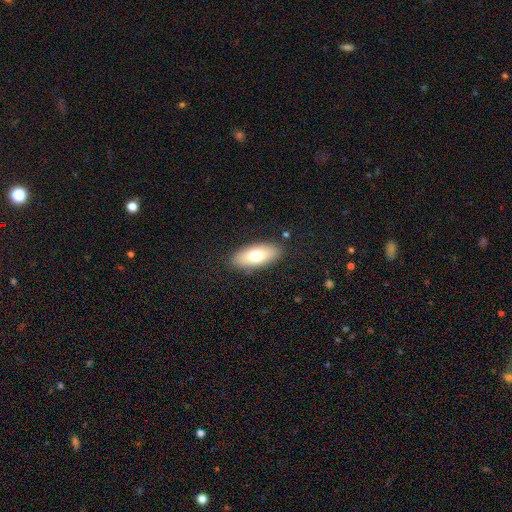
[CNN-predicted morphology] A smooth galaxy with no disk features (72%) that is in between round and cigar-shaped (84%). Merging: none (87%).